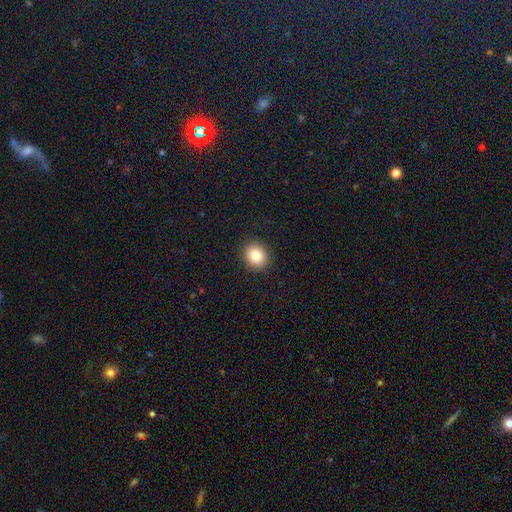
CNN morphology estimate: Smooth or featured?
  - smooth: 83% *
  - star or artifact: 10%
  - featured or disk: 7%
How rounded?
  - round: 79% *
  - in between: 21%
  - cigar-shaped: 1%
Merging?
  - none: 91% *
  - minor disturbance: 6%
  - major disturbance: 2%
  - merger: 1%